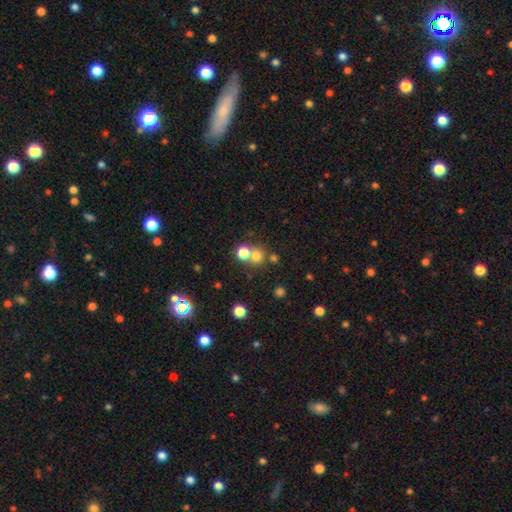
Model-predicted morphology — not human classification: smooth-or-featured: smooth: 71% | star or artifact: 19% | featured or disk: 10%
  how-rounded: round: 88% | in between: 11% | cigar-shaped: 1%
  merging: none: 56% | merger: 34% | minor disturbance: 6% | major disturbance: 3%